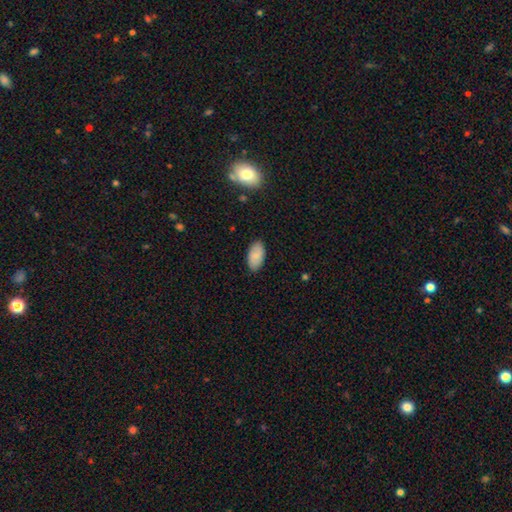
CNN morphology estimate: Smooth or featured: smooth — 82% (featured or disk — 11%)
How rounded: in between — 95% (round — 3%)
Merging: none — 86% (minor disturbance — 11%)